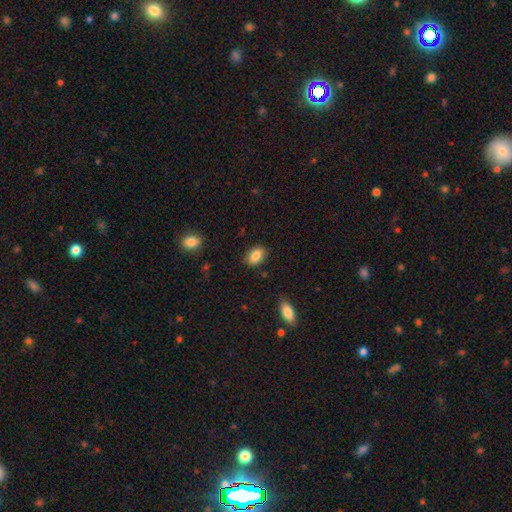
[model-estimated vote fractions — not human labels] Smooth or featured? smooth (85%)
How rounded? in between (85%)
Merging? none (85%)